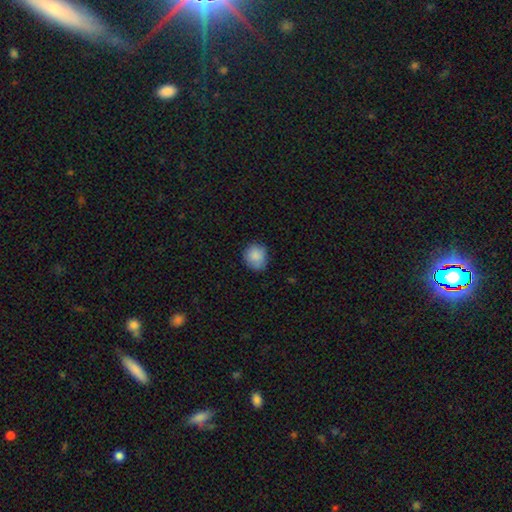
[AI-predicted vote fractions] A smooth galaxy with no disk features (87%) that is round (78%).

Vote fractions:
- Smooth or featured? smooth: 87% / star or artifact: 8% / featured or disk: 5%
- How rounded? round: 78% / in between: 21% / cigar-shaped: 1%
- Merging? none: 79% / minor disturbance: 17% / major disturbance: 3% / merger: 1%